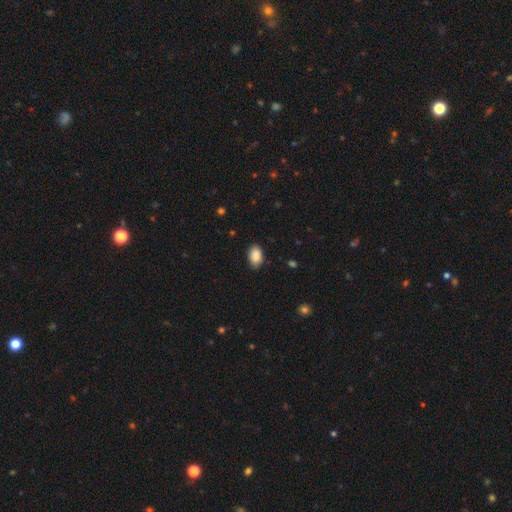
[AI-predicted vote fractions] smooth-or-featured: smooth: 89% | star or artifact: 7% | featured or disk: 4%
  how-rounded: in between: 90% | round: 9% | cigar-shaped: 1%
  merging: none: 83% | minor disturbance: 14% | major disturbance: 2% | merger: 1%